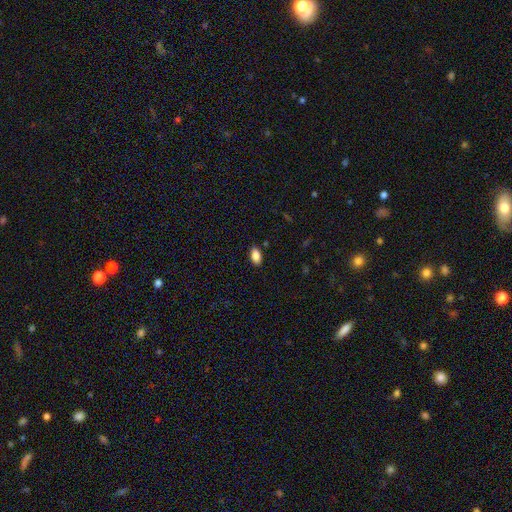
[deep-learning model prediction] A smooth galaxy with no disk features (87%) that is in between round and cigar-shaped (92%).

Vote fractions:
- Smooth or featured? smooth: 87% / star or artifact: 8% / featured or disk: 5%
- How rounded? in between: 92% / round: 6% / cigar-shaped: 2%
- Merging? none: 87% / minor disturbance: 9% / major disturbance: 2% / merger: 1%